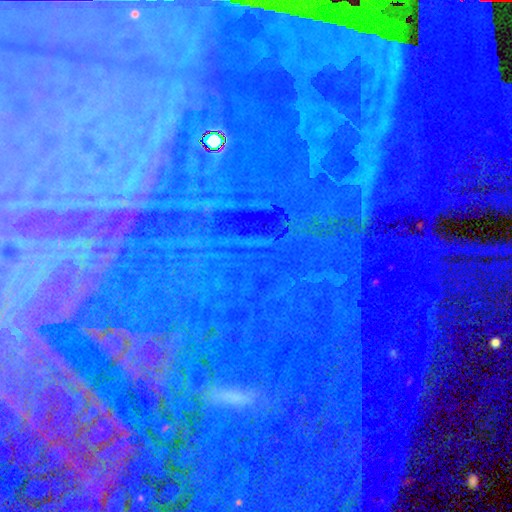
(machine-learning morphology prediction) Smooth or featured?
  - star or artifact: 85% *
  - featured or disk: 8%
  - smooth: 7%